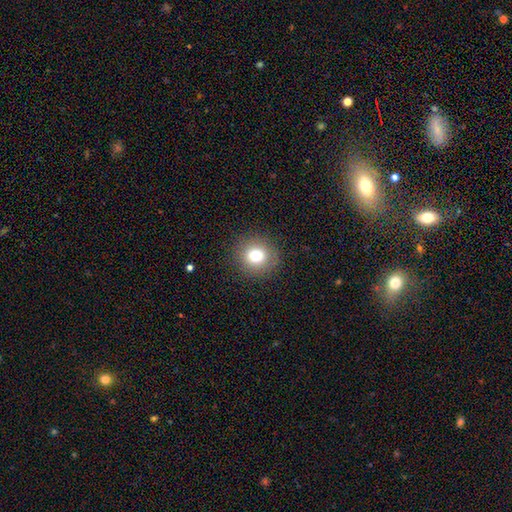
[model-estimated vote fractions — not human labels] smooth_or_featured: smooth (p=0.78) [alt: star or artifact p=0.12]
how_rounded: round (p=0.90) [alt: in between p=0.09]
merging: none (p=0.90) [alt: minor disturbance p=0.07]